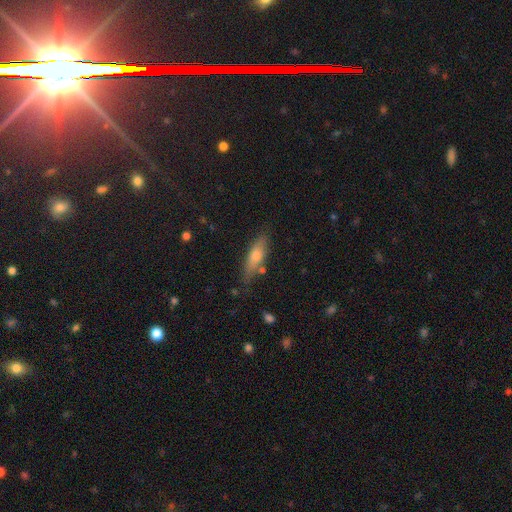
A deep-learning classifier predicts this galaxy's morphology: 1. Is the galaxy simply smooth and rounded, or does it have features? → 68% smooth, 25% featured or disk, 7% star or artifact.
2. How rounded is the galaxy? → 56% cigar-shaped, 41% in between, 2% round.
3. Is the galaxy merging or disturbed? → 74% none, 18% minor disturbance, 4% merger, 4% major disturbance.